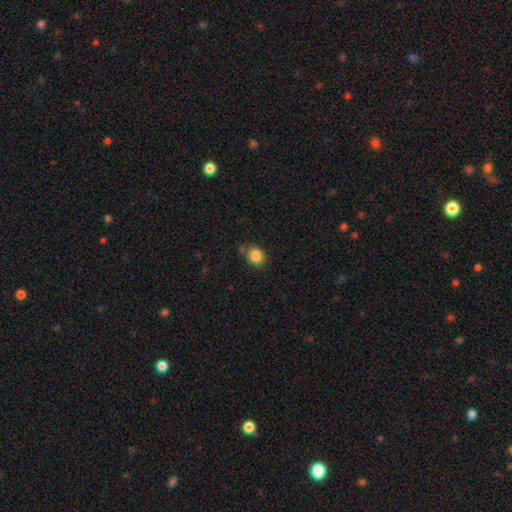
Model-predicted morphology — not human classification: Smooth or featured: smooth — 85% (star or artifact — 10%)
How rounded: round — 71% (in between — 28%)
Merging: none — 73% (minor disturbance — 15%)